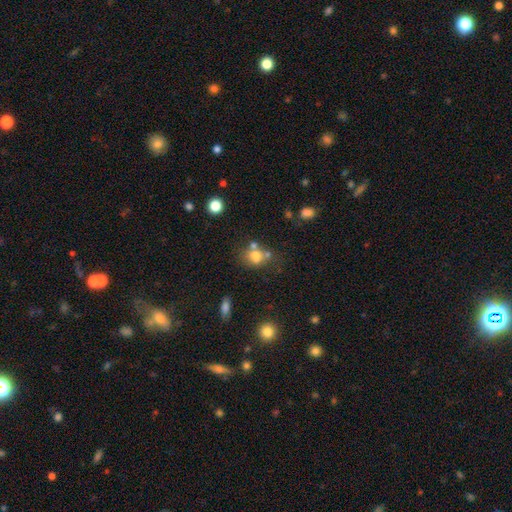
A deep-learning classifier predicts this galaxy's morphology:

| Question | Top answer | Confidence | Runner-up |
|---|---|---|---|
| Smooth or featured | smooth | 72% | featured or disk (14%) |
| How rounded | round | 66% | in between (33%) |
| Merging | none | 46% | merger (33%) |